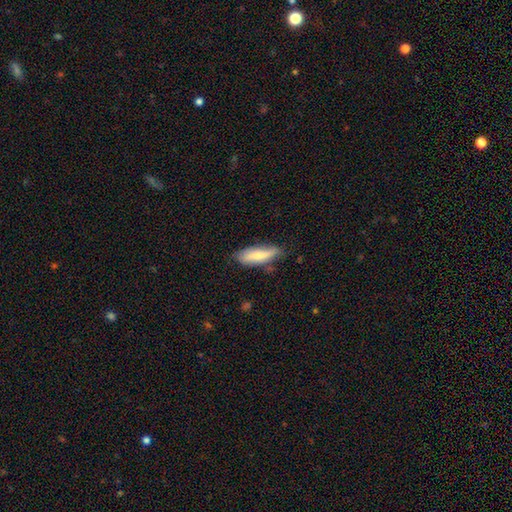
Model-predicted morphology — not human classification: Smooth or featured: smooth — 72% (featured or disk — 22%)
How rounded: cigar-shaped — 53% (in between — 45%)
Merging: none — 67% (minor disturbance — 26%)